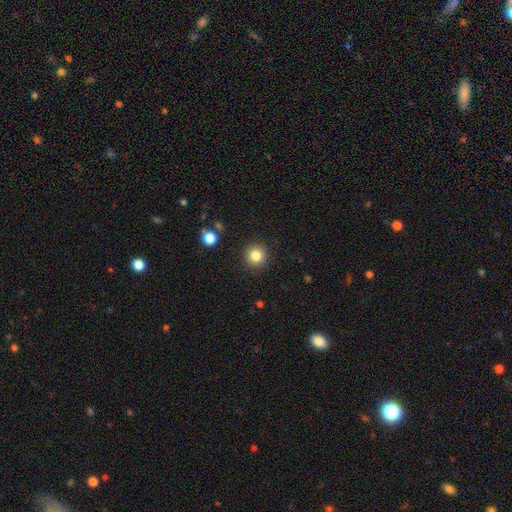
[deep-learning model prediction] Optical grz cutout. It shows a smooth galaxy with no disk features (83%) that is round (95%). Merging: none (91%).